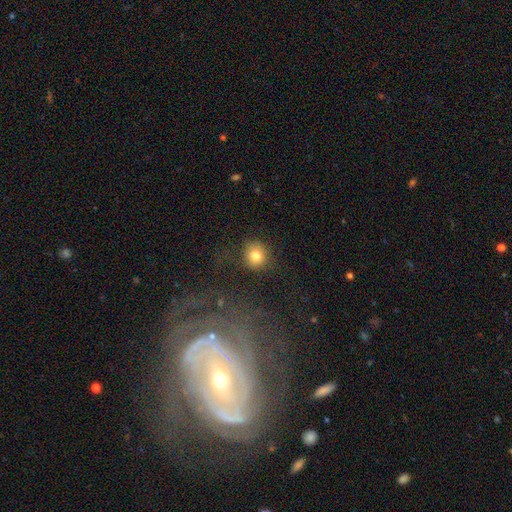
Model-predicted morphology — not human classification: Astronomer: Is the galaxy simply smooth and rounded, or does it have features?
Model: smooth — 81%.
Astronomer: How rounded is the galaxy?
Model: round — 87%.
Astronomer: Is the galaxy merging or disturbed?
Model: none — 80%.